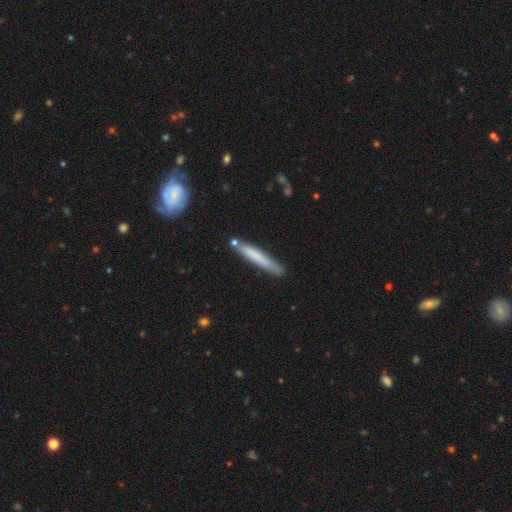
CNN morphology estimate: Smooth or featured?
  - smooth: 69% *
  - featured or disk: 25%
  - star or artifact: 6%
How rounded?
  - cigar-shaped: 95% *
  - in between: 4%
  - round: 1%
Merging?
  - none: 75% *
  - minor disturbance: 16%
  - merger: 6%
  - major disturbance: 3%